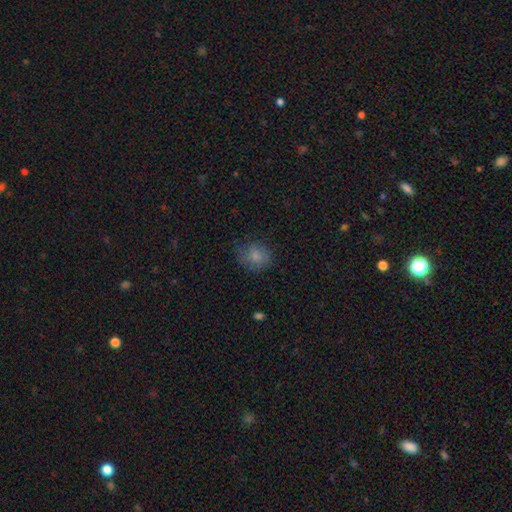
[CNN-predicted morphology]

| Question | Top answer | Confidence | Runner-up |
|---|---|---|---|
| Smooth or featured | smooth | 80% | star or artifact (11%) |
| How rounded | round | 71% | in between (28%) |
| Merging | none | 67% | minor disturbance (23%) |